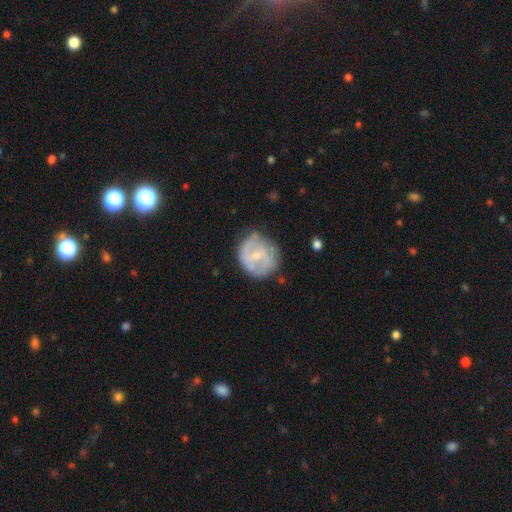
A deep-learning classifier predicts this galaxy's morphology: Smooth or featured?
  - featured or disk: 64% *
  - smooth: 30%
  - star or artifact: 6%
Edge-on disk?
  - no: 98% *
  - yes: 2%
Bar?
  - no: 48% *
  - weak: 43%
  - strong: 9%
Spiral arms?
  - yes: 71% *
  - no: 29%
Bulge size?
  - small: 60% *
  - moderate: 30%
  - none: 8%
  - large: 2%
  - dominant: 1%
Merging?
  - none: 64% *
  - minor disturbance: 23%
  - major disturbance: 10%
  - merger: 2%